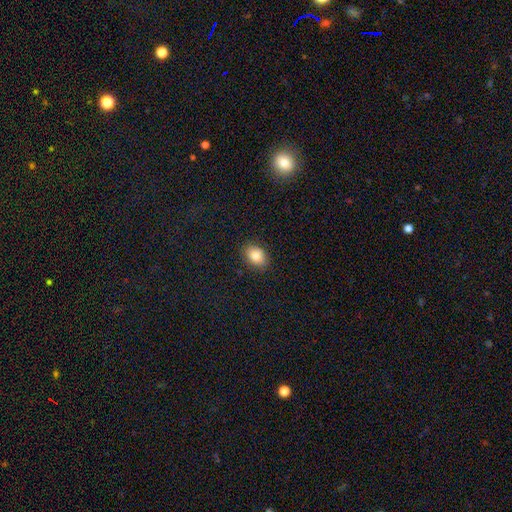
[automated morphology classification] This appears to be a smooth galaxy with no disk features (83%) that is in between round and cigar-shaped (75%). Merging: none (87%).